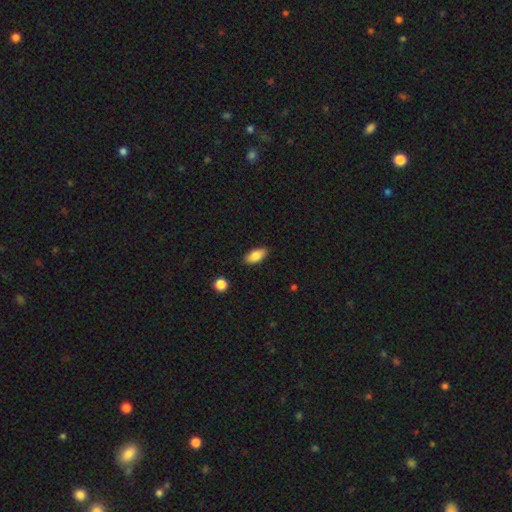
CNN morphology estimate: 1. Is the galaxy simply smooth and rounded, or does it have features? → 84% smooth, 8% featured or disk, 7% star or artifact.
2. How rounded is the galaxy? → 90% in between, 7% cigar-shaped, 3% round.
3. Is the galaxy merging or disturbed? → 87% none, 10% minor disturbance, 2% major disturbance, 1% merger.